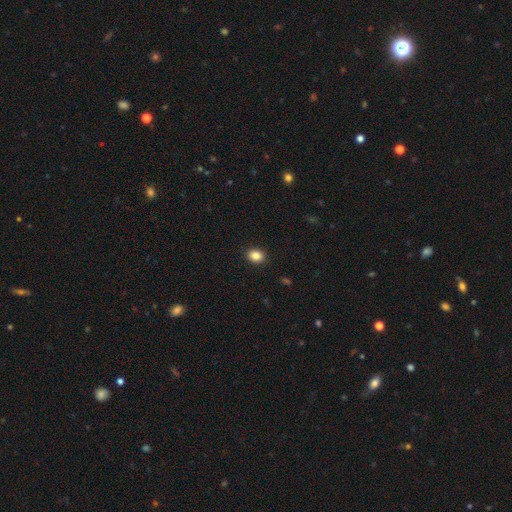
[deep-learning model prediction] Smooth or featured? Predicted: smooth (p=0.86). How rounded? Predicted: in between (p=0.52). Merging? Predicted: none (p=0.90).